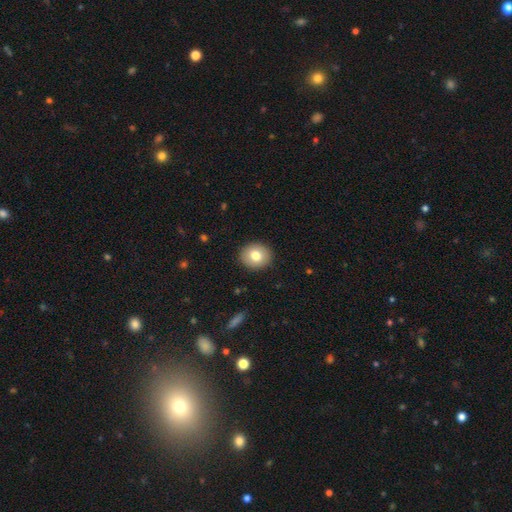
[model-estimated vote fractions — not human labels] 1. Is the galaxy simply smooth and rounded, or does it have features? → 78% smooth, 13% featured or disk, 8% star or artifact.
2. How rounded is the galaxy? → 77% round, 22% in between, 1% cigar-shaped.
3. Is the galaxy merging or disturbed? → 91% none, 6% minor disturbance, 2% major disturbance, 1% merger.